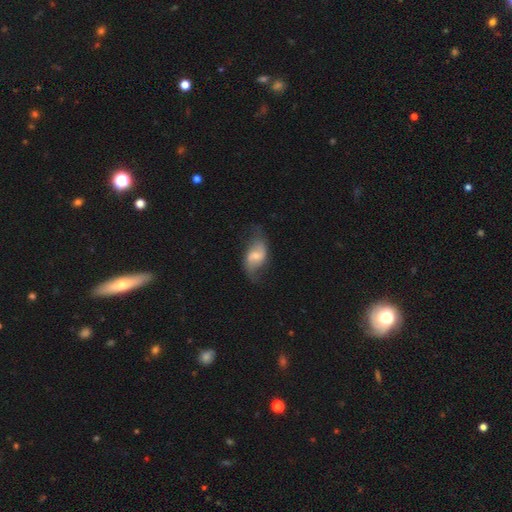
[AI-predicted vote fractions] Overall: featured or disk (66%; smooth 28%). Edge-on disk: no (95%). Bar: weak (52%; no 29%). Spiral arms: yes (86%). Spiral arm count: 2 (87%). Spiral winding: loose (72%). Bulge size: small (43%; moderate 39%). Merging: none (60%; minor disturbance 24%).